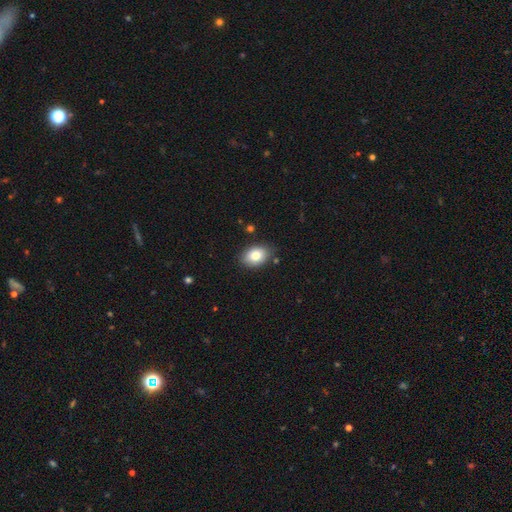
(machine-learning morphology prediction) The model was most divided on "how rounded": in between: 77%, round: 22%, cigar-shaped: 1%. More confident: merging — none (83%); smooth or featured — smooth (81%).